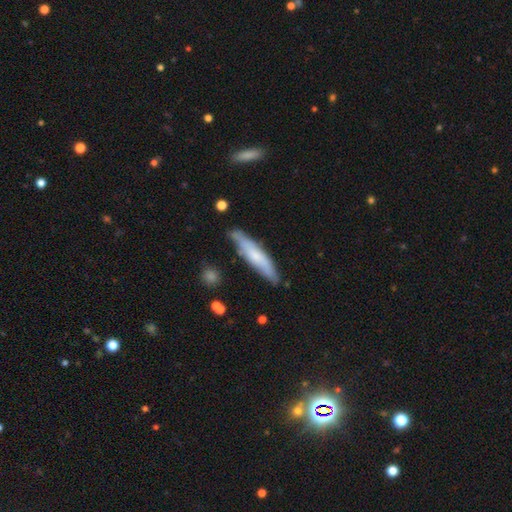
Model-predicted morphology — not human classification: Overall: smooth (57%; featured or disk 37%). How rounded: cigar-shaped (84%). Merging: none (76%).